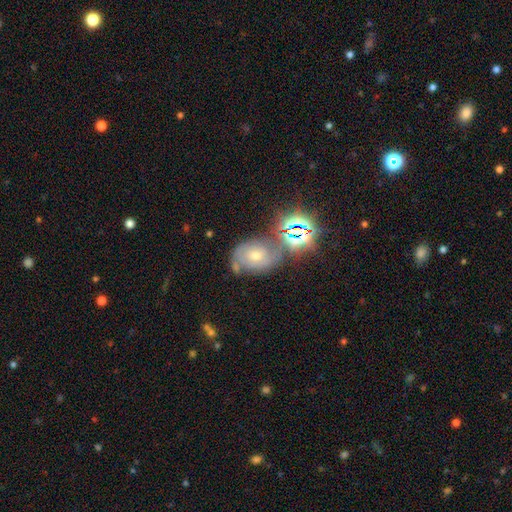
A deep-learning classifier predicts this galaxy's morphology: This is possibly a featured or disk galaxy (47%). Merging: possibly none (59%).